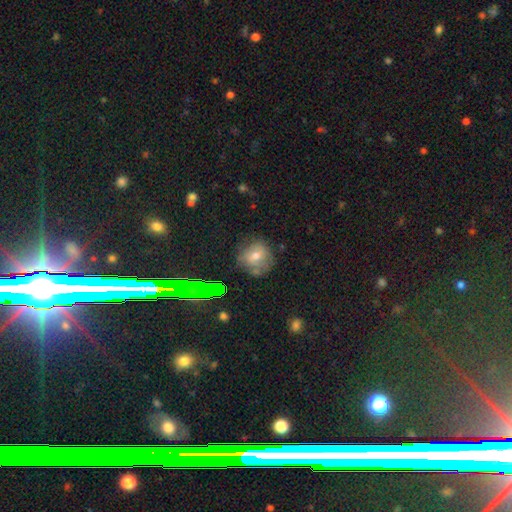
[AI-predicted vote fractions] Q: Smooth or featured?
A: smooth (62%); runner-up: featured or disk (22%)
Q: How rounded?
A: round (86%); runner-up: in between (13%)
Q: Merging?
A: none (68%); runner-up: minor disturbance (21%)